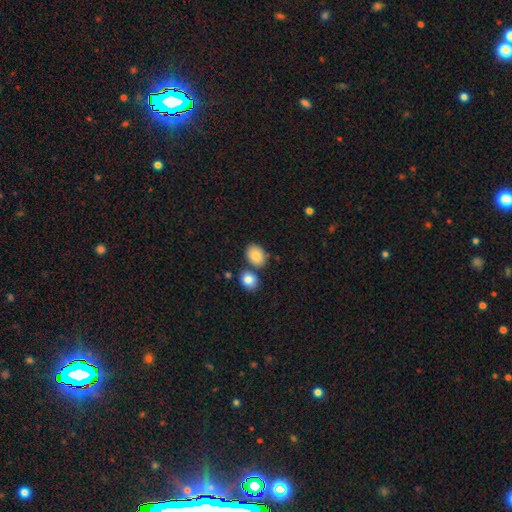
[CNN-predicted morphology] A smooth galaxy with no disk features (85%) that is in between round and cigar-shaped (72%). Merging: none (66%).